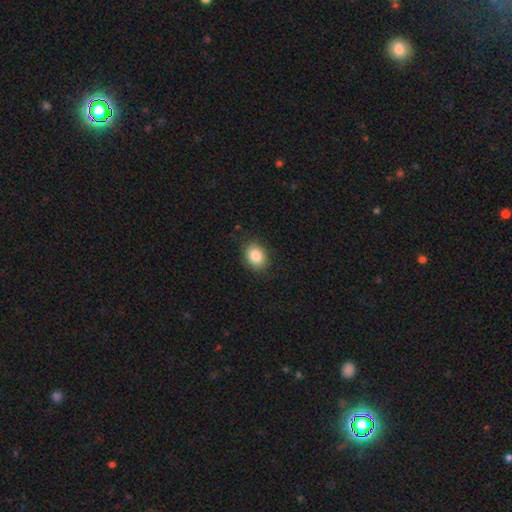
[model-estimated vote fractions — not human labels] Smooth or featured: smooth — 85% (star or artifact — 8%)
How rounded: in between — 64% (round — 35%)
Merging: none — 85% (minor disturbance — 11%)